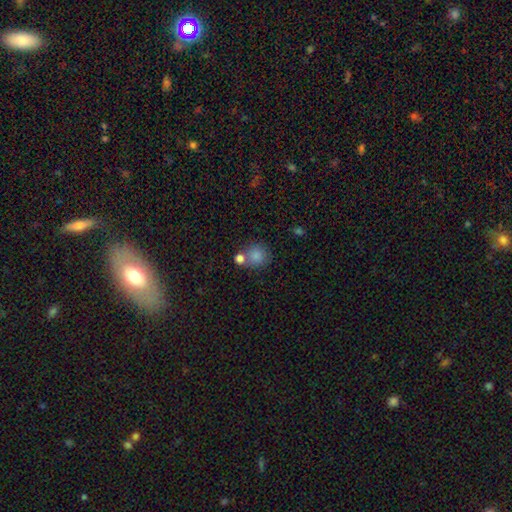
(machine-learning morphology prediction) Smooth or featured? Predicted: smooth (p=0.83). How rounded? Predicted: round (p=0.84). Merging? Predicted: none (p=0.56).